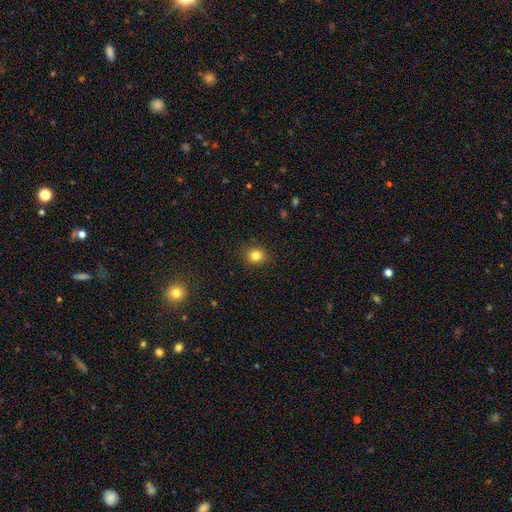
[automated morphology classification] This appears to be a smooth galaxy with no disk features (82%) that is round (70%). Merging: none (89%).